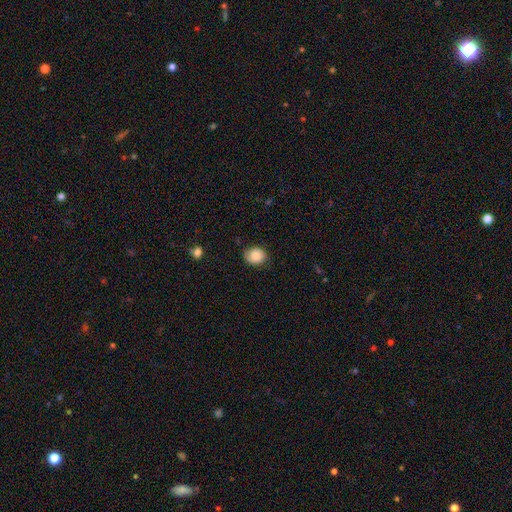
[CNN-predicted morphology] Smooth or featured? Predicted: smooth (p=0.84). How rounded? Predicted: round (p=0.61). Merging? Predicted: none (p=0.77).